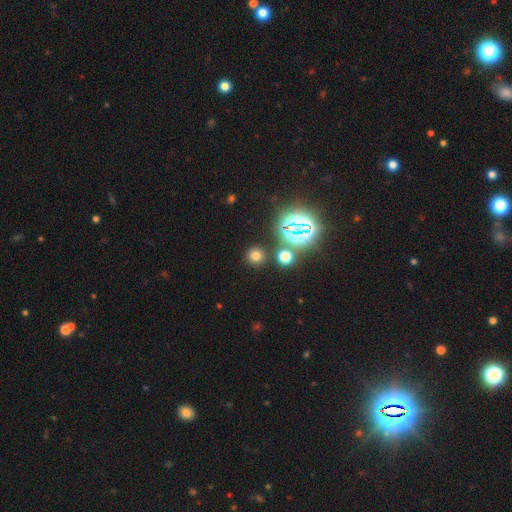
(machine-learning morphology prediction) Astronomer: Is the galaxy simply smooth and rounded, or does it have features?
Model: smooth — 65%.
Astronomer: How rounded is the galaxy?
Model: round — 92%.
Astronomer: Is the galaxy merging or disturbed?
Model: none — 86%.